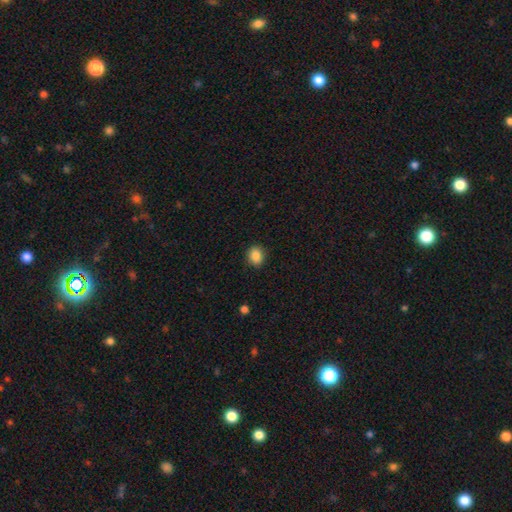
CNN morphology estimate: A smooth galaxy with no disk features (87%) that is round (57%). Merging: none (89%).